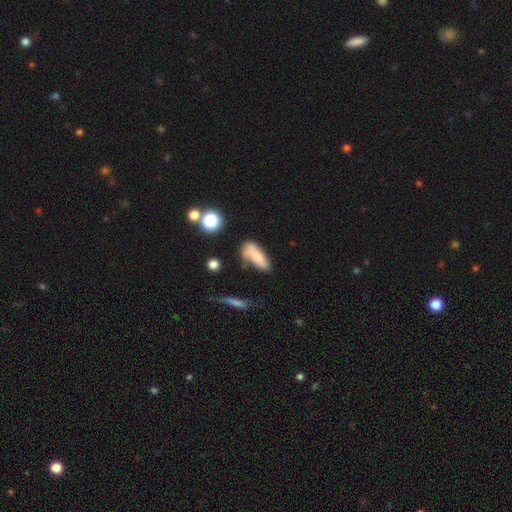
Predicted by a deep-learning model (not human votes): Overall: smooth (73%). How rounded: in between (67%; cigar-shaped 29%). Merging: none (40%; minor disturbance 30%).